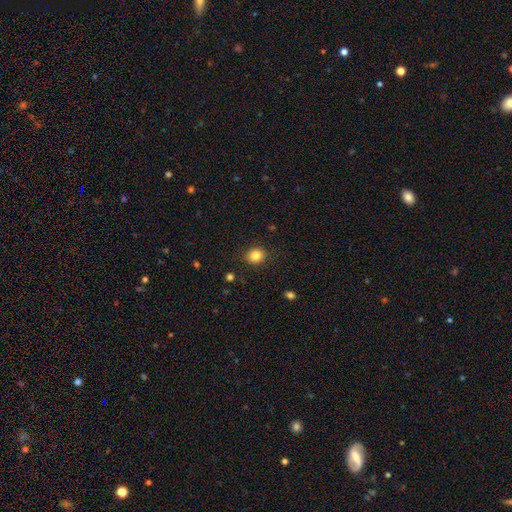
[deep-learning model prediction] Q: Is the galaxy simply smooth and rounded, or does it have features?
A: smooth — 84%.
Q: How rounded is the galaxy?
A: round — 79%.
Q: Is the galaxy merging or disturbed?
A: none — 89%.